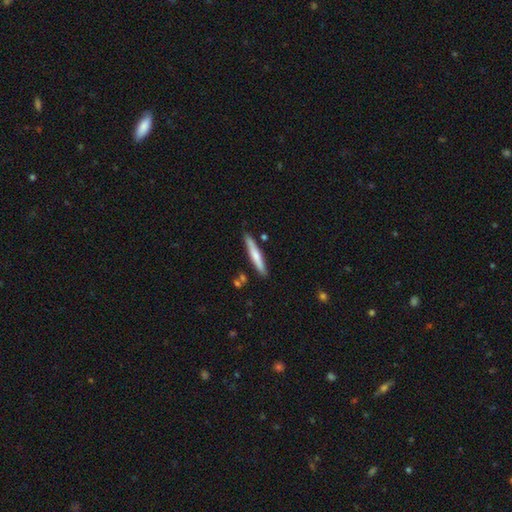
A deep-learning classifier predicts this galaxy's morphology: Smooth or featured? smooth (57%)
How rounded? cigar-shaped (93%)
Merging? none (84%)